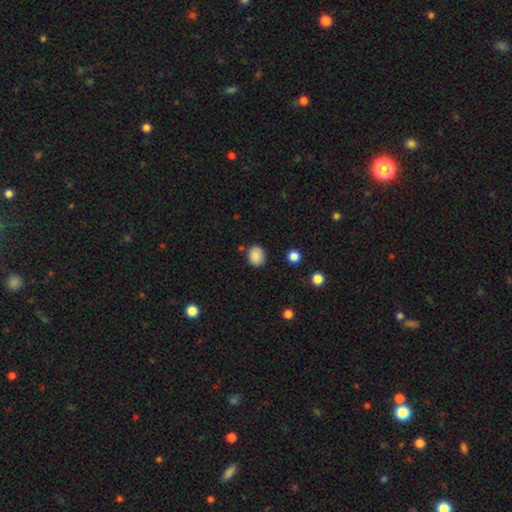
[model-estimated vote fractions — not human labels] Overall: smooth (87%). How rounded: round (61%; in between 39%). Merging: none (83%).